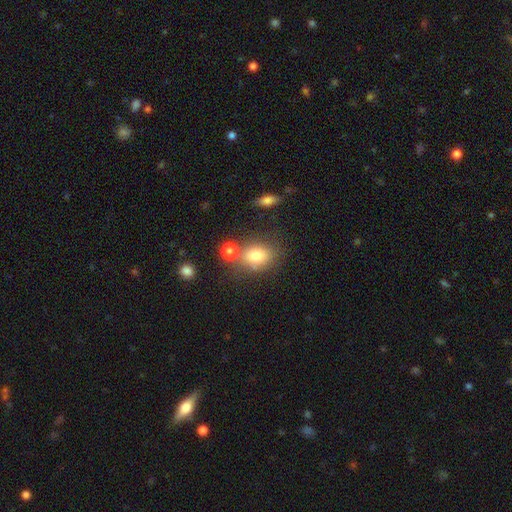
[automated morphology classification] type=smooth (79%); roundness=in between (59%); merging=none (59%).